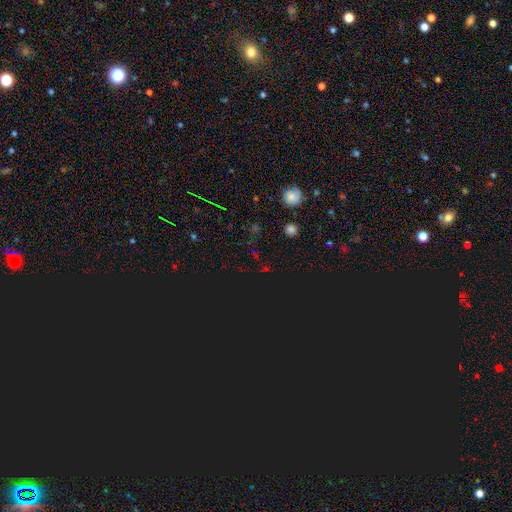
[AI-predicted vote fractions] smooth_or_featured: star or artifact (p=0.71) [alt: smooth p=0.21]